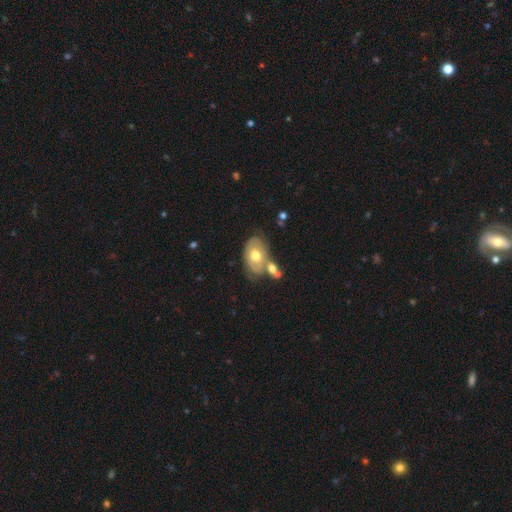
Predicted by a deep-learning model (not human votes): Smooth or featured: featured or disk — 48% (smooth — 45%)
Merging: merger — 37% (none — 36%)